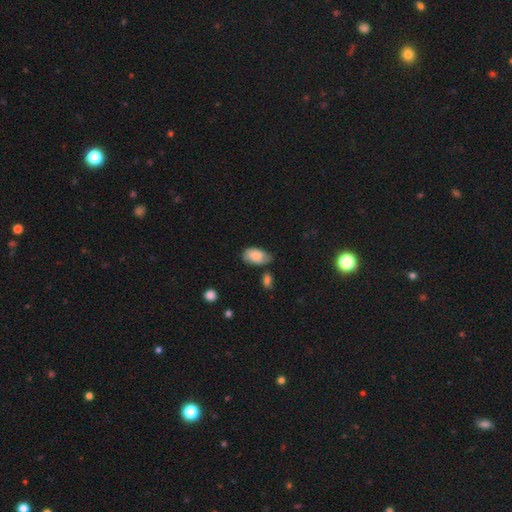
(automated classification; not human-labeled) smooth-or-featured: smooth: 74% | featured or disk: 19% | star or artifact: 8%
  how-rounded: in between: 93% | round: 6% | cigar-shaped: 2%
  merging: none: 48% | minor disturbance: 36% | major disturbance: 9% | merger: 7%